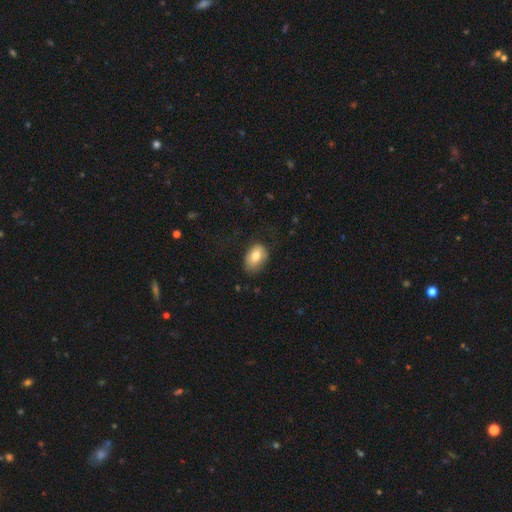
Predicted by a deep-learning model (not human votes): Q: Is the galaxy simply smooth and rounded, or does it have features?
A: smooth — 79%.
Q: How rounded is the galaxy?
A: in between — 87%.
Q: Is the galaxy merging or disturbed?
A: none — 64%.